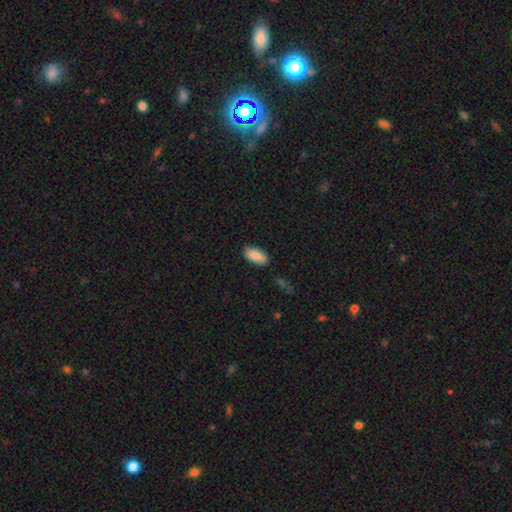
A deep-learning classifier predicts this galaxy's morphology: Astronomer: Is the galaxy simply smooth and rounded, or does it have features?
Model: smooth — 87%.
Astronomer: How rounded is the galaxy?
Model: in between — 89%.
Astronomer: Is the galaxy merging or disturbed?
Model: none — 87%.